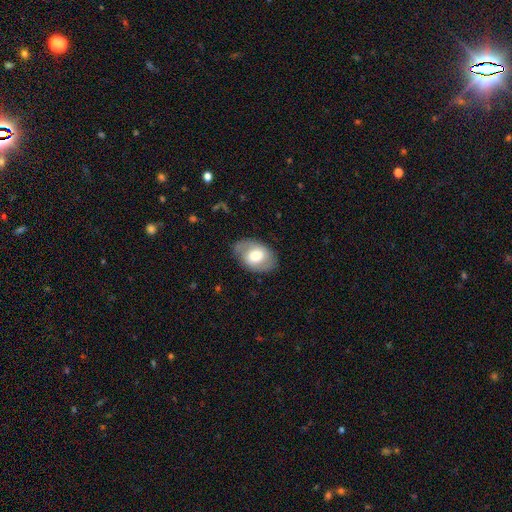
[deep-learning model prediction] A smooth galaxy with no disk features (59%) that is in between round and cigar-shaped (83%). Merging: none (77%).